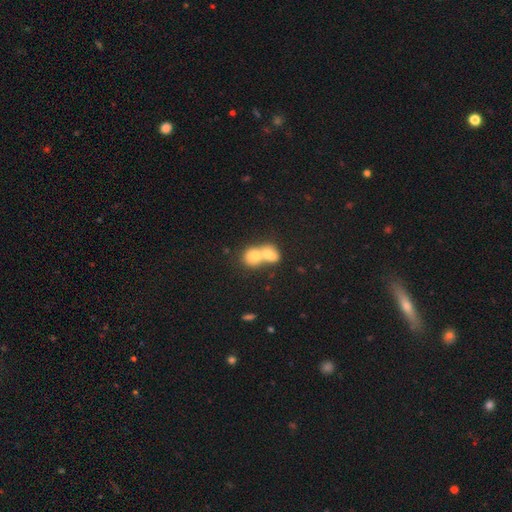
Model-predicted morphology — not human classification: smooth-or-featured: smooth: 69% | featured or disk: 21% | star or artifact: 10%
  how-rounded: round: 52% | in between: 46% | cigar-shaped: 2%
  merging: merger: 76% | none: 17% | minor disturbance: 5% | major disturbance: 3%